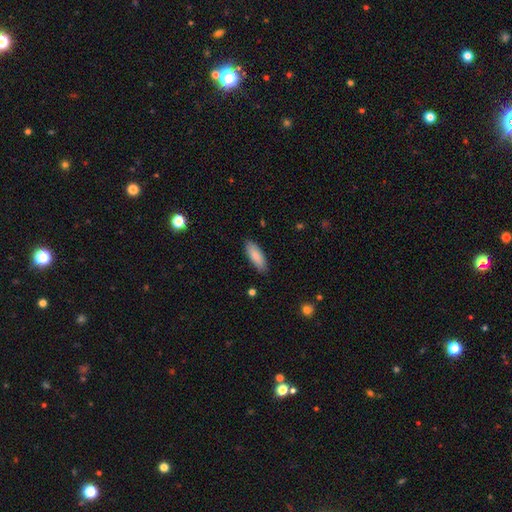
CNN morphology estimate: A smooth galaxy with no disk features (85%) that is in between round and cigar-shaped (66%). Merging: none (87%).